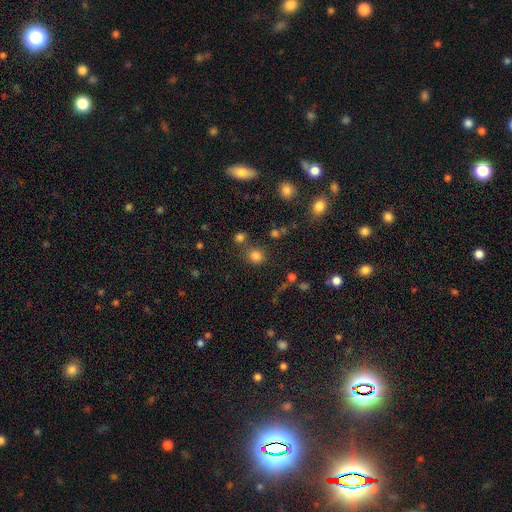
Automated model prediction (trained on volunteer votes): A smooth galaxy with no disk features (78%) that is round (85%).

Vote fractions:
- Smooth or featured? smooth: 78% / star or artifact: 17% / featured or disk: 6%
- How rounded? round: 85% / in between: 14% / cigar-shaped: 1%
- Merging? none: 74% / merger: 12% / minor disturbance: 9% / major disturbance: 4%